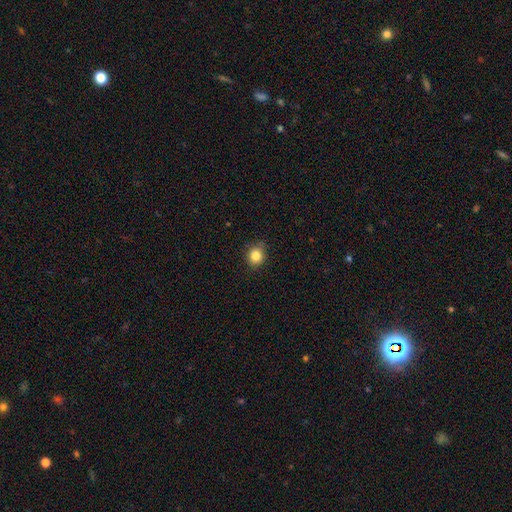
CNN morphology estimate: This is clearly a smooth galaxy (84%). How rounded: likely round (78%). Merging: clearly none (82%).